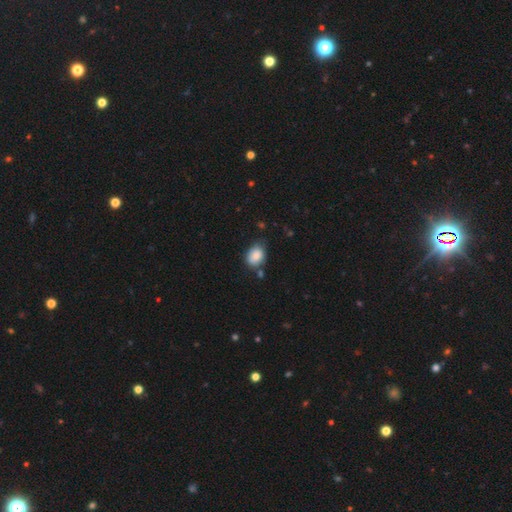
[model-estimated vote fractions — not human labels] Smooth or featured: smooth — 85% (featured or disk — 8%)
How rounded: in between — 65% (round — 34%)
Merging: none — 62% (minor disturbance — 26%)